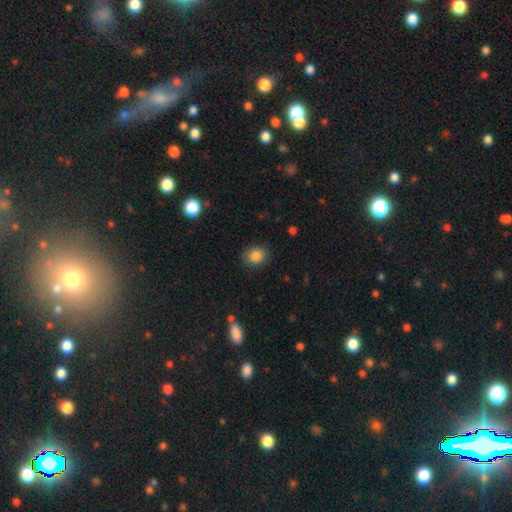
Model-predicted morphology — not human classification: type=smooth (86%); roundness=round (64%); merging=none (84%).